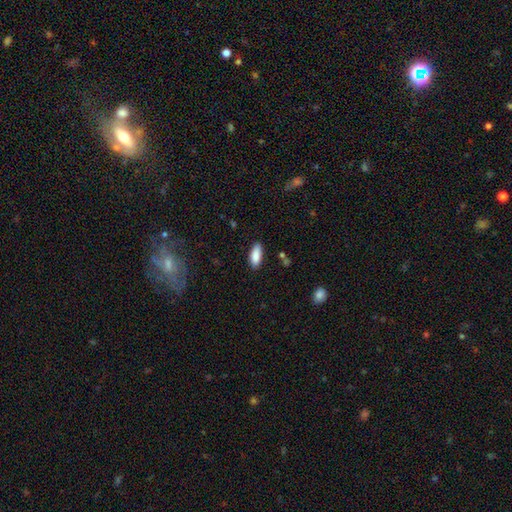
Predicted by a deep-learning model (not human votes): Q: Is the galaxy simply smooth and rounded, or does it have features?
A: smooth — 88%.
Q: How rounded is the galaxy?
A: in between — 78%.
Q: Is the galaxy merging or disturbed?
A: none — 85%.